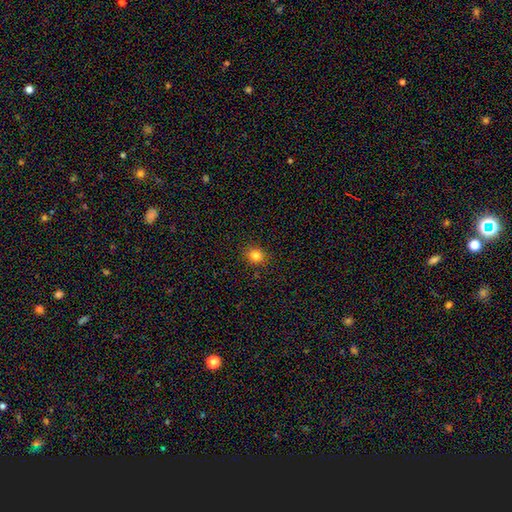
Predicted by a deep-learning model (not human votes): Smooth or featured? smooth (82%)
How rounded? round (73%)
Merging? none (89%)